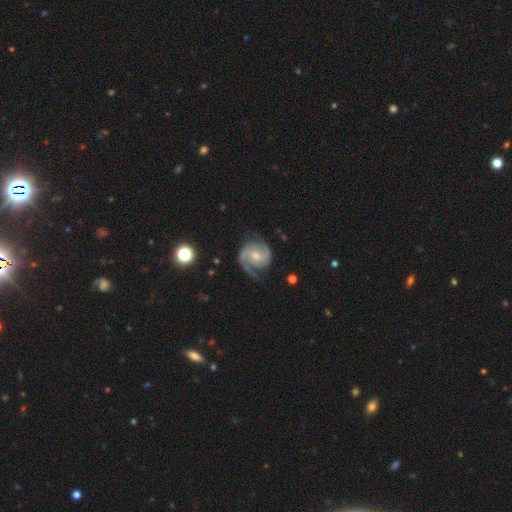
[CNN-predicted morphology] Smooth or featured?
  - featured or disk: 88% *
  - smooth: 7%
  - star or artifact: 5%
Edge-on disk?
  - no: 98% *
  - yes: 2%
Bar?
  - no: 50% *
  - weak: 41%
  - strong: 9%
Spiral arms?
  - yes: 98% *
  - no: 2%
Spiral winding?
  - medium: 45% *
  - tight: 44%
  - loose: 11%
Spiral arm count?
  - 2: 79% *
  - 3: 6%
  - can't tell: 6%
  - 1: 5%
  - 4: 2%
  - more than 4: 2%
Bulge size?
  - moderate: 51% *
  - small: 39%
  - none: 5%
  - large: 3%
  - dominant: 1%
Merging?
  - none: 69% *
  - minor disturbance: 19%
  - major disturbance: 10%
  - merger: 2%